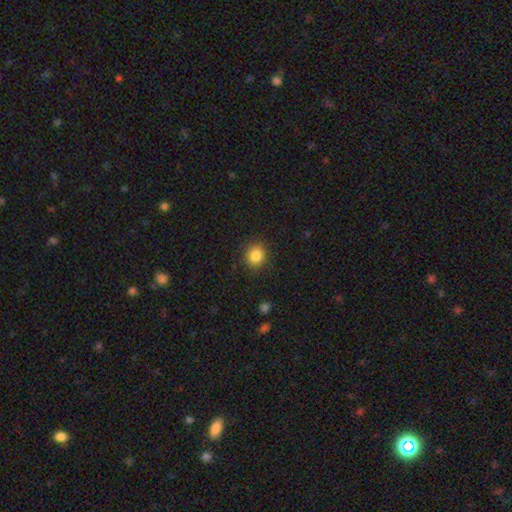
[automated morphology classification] smooth 86%, star or artifact 10%, featured or disk 4%. Down the decision tree: how rounded — round (84%); merging — none (89%).